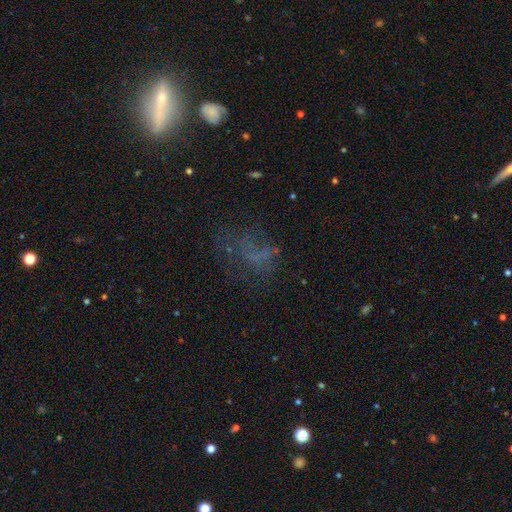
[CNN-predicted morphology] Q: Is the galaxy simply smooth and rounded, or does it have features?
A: featured or disk — 35%.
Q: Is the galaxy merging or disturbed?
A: none — 42%.